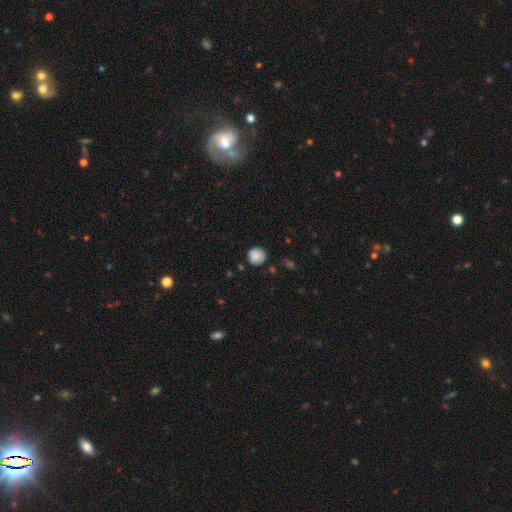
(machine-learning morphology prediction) Smooth or featured? smooth (83%)
How rounded? round (90%)
Merging? none (76%)